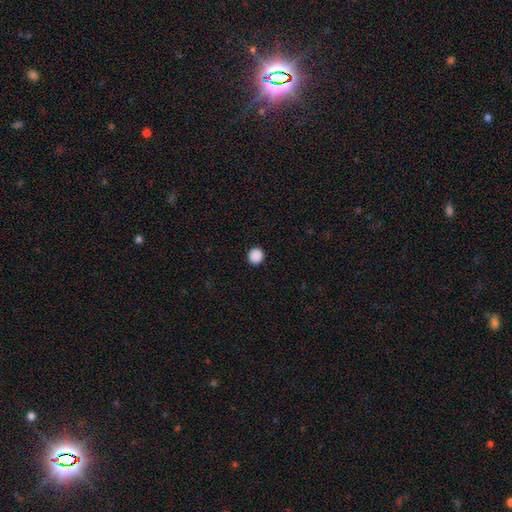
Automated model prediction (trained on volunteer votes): This is clearly a smooth galaxy (89%). How rounded: clearly round (93%). Merging: clearly none (94%).